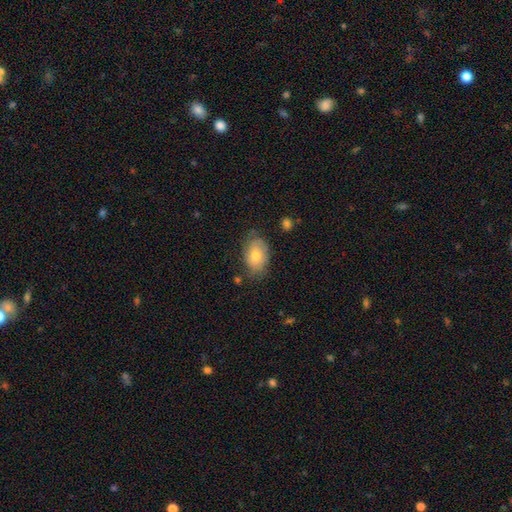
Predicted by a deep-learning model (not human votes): Smooth or featured?
  - smooth: 65% *
  - featured or disk: 27%
  - star or artifact: 8%
How rounded?
  - in between: 85% *
  - round: 14%
  - cigar-shaped: 1%
Merging?
  - none: 69% *
  - minor disturbance: 24%
  - major disturbance: 6%
  - merger: 2%